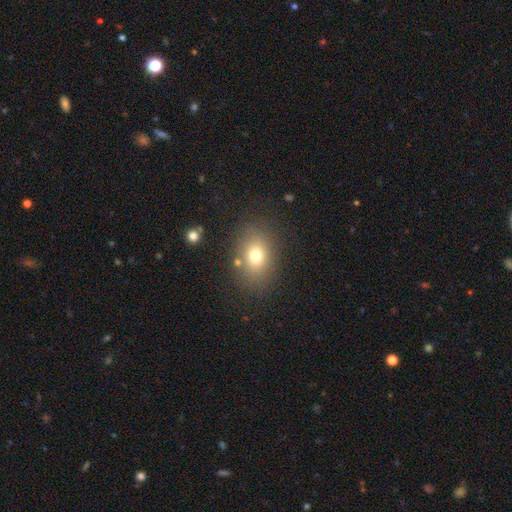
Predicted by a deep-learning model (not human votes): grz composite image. It shows a smooth galaxy with no disk features (73%) that is in between round and cigar-shaped (66%). Merging: none (80%).